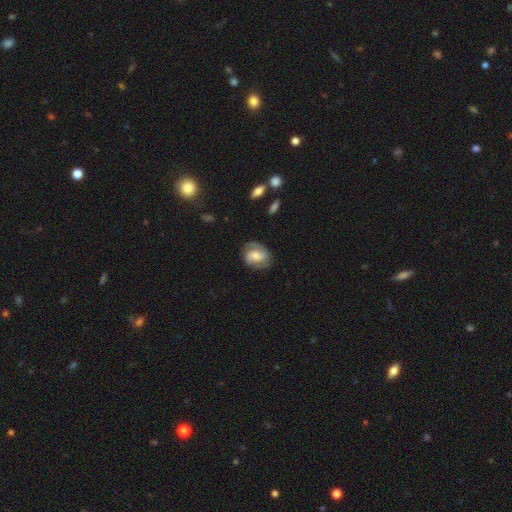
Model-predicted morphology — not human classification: Overall: featured or disk (69%). Edge-on disk: no (97%). Bar: no (44%; weak 43%). Spiral arms: yes (93%). Spiral arm count: 2 (75%). Spiral winding: medium (45%; tight 38%). Bulge size: moderate (49%; small 36%). Merging: none (73%).